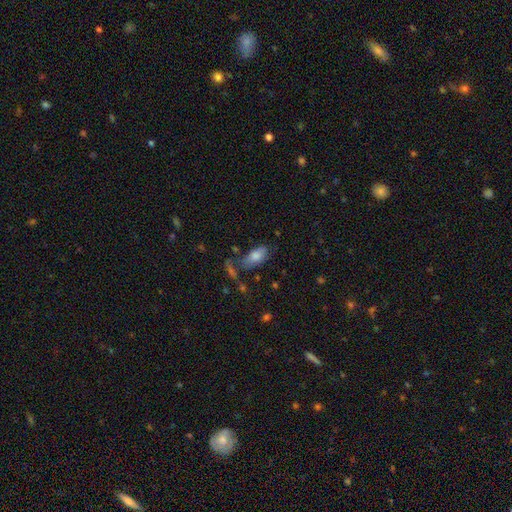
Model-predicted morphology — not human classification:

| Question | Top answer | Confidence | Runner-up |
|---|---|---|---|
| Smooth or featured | smooth | 74% | featured or disk (17%) |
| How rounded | in between | 88% | cigar-shaped (9%) |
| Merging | none | 58% | minor disturbance (21%) |